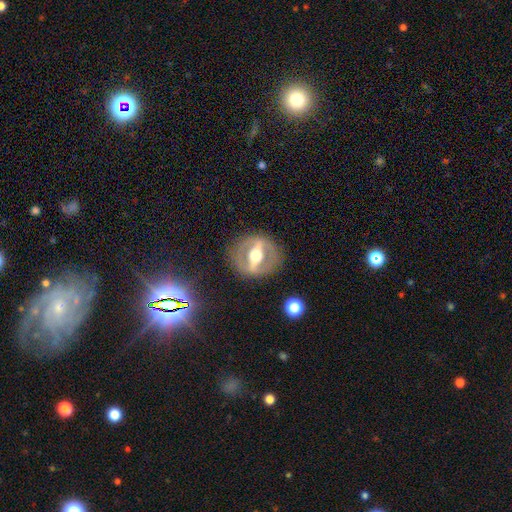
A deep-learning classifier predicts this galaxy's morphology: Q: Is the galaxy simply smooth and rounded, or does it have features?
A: featured or disk — 81%.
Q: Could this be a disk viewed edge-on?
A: no — 77%.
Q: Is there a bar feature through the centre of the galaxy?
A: strong — 78%.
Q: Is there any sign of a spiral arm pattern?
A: no — 70%.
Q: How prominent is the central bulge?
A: moderate — 66%.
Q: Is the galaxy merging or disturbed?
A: none — 83%.